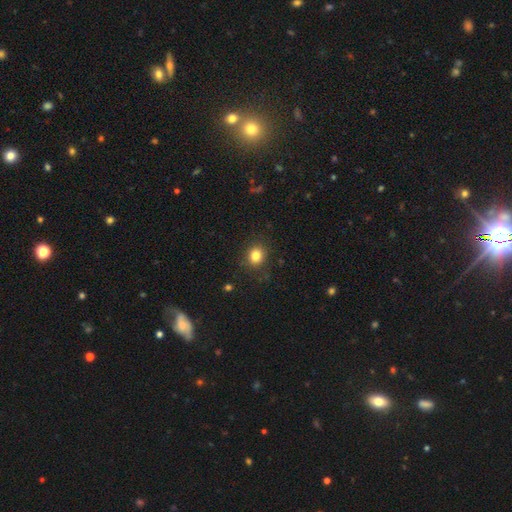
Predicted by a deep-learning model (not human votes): Smooth or featured? smooth (83%)
How rounded? round (73%)
Merging? none (86%)